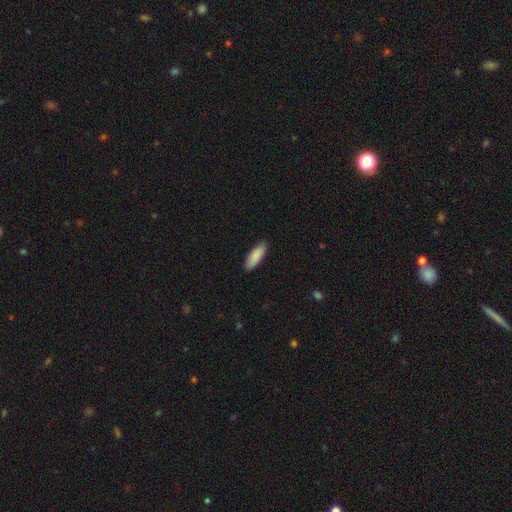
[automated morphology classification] smooth-or-featured: smooth: 89% | featured or disk: 6% | star or artifact: 5%
  how-rounded: in between: 62% | cigar-shaped: 36% | round: 2%
  merging: none: 89% | minor disturbance: 9% | major disturbance: 2% | merger: 1%